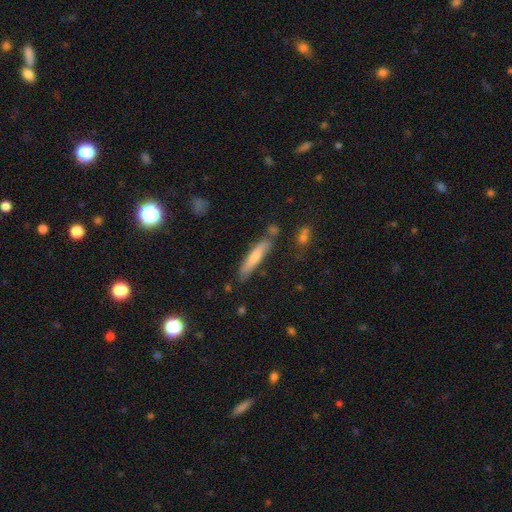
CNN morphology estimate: Smooth or featured? smooth (58%)
How rounded? cigar-shaped (87%)
Merging? none (76%)